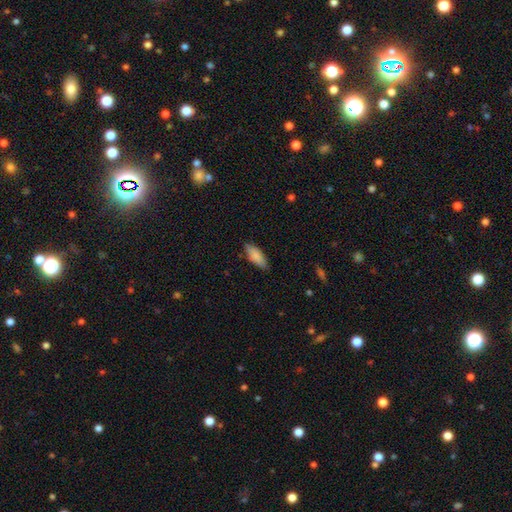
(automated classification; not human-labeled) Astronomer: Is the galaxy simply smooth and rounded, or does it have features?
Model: smooth — 85%.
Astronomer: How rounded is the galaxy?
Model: in between — 70%.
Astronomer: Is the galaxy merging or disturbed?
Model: none — 82%.